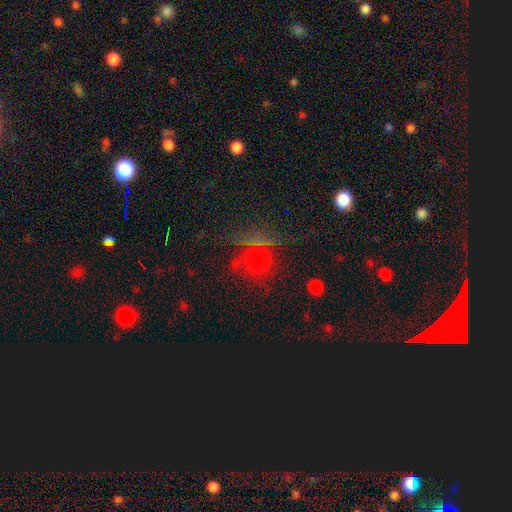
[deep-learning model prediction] A smooth galaxy with no disk features (56%) that is round (89%). Merging: none (70%).